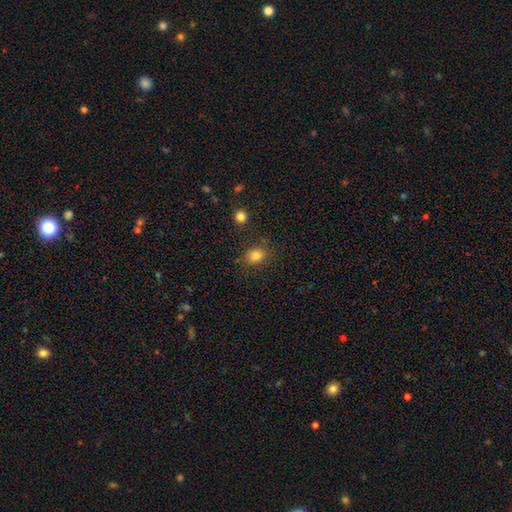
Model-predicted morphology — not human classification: The model was most divided on "how rounded": in between: 53%, round: 46%, cigar-shaped: 1%. More confident: smooth or featured — smooth (82%); merging — none (79%).